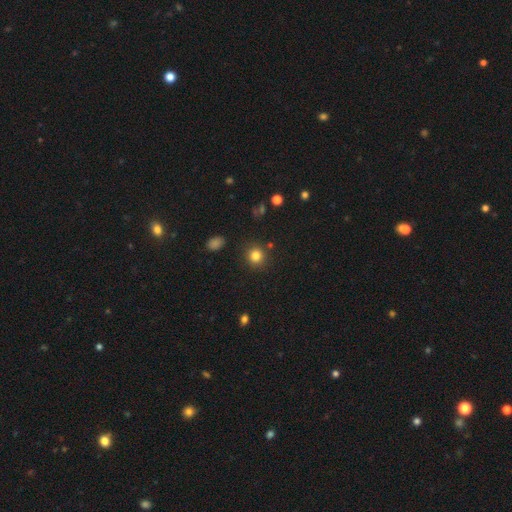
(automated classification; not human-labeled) smooth-or-featured: smooth: 82% | star or artifact: 12% | featured or disk: 5%
  how-rounded: round: 90% | in between: 9% | cigar-shaped: 1%
  merging: none: 88% | minor disturbance: 7% | merger: 3% | major disturbance: 3%